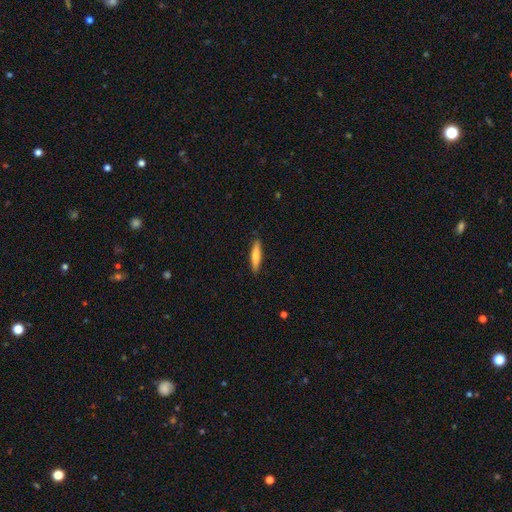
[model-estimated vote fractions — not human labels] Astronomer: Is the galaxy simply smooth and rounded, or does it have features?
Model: smooth — 71%.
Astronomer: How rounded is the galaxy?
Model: cigar-shaped — 85%.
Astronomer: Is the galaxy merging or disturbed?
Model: none — 89%.